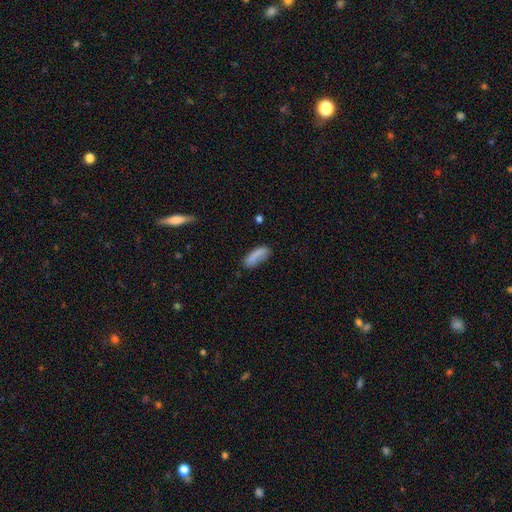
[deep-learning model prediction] Q: Smooth or featured?
A: smooth (81%); runner-up: featured or disk (11%)
Q: How rounded?
A: in between (60%); runner-up: cigar-shaped (38%)
Q: Merging?
A: none (62%); runner-up: minor disturbance (25%)